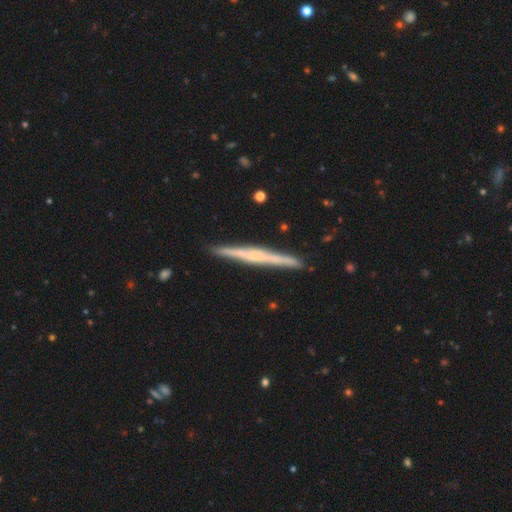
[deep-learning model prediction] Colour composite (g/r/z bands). It shows a featured or disk galaxy (68%) viewed edge-on (98%) with no central bulge (47%). Merging: none (91%).